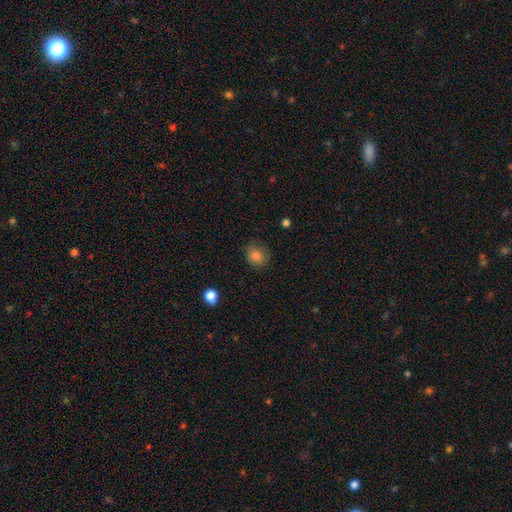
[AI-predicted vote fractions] Overall: smooth (82%). How rounded: round (74%). Merging: none (72%).